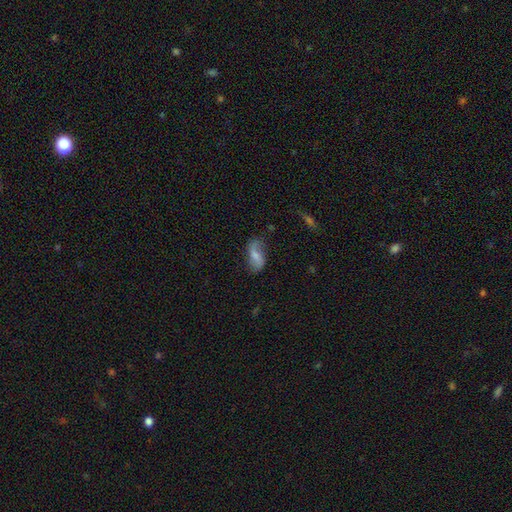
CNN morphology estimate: Overall: smooth (46%; featured or disk 45%). Merging: none (63%; minor disturbance 25%).